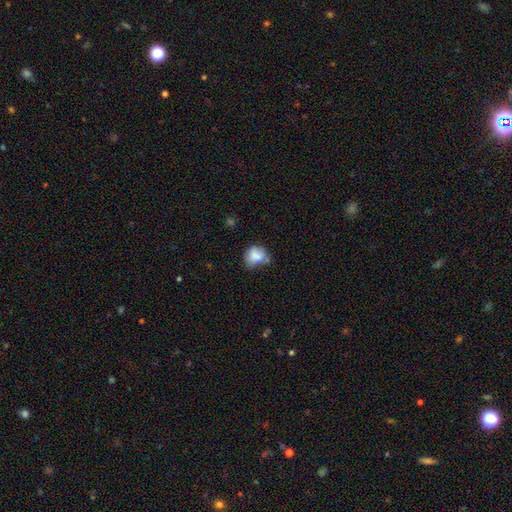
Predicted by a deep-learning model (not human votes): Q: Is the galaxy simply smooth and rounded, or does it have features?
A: smooth — 75%.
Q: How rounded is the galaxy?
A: round — 58%.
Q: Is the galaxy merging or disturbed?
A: none — 41%.